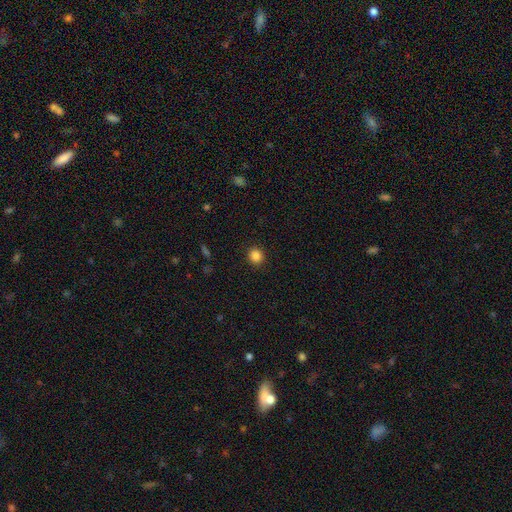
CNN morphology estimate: Smooth or featured: smooth — 85% (star or artifact — 11%)
How rounded: round — 88% (in between — 11%)
Merging: none — 91% (minor disturbance — 6%)